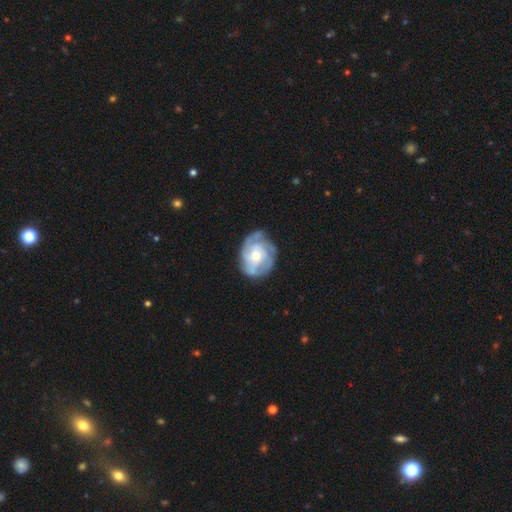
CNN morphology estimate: smooth_or_featured: featured or disk (p=0.80) [alt: smooth p=0.15]
disk_edge_on: no (p=0.97) [alt: yes p=0.03]
bar: no (p=0.67) [alt: weak p=0.28]
has_spiral_arms: yes (p=0.92) [alt: no p=0.08]
spiral_winding: tight (p=0.59) [alt: medium p=0.32]
spiral_arm_count: can't tell (p=0.32) [alt: 3 p=0.29]
bulge_size: moderate (p=0.59) [alt: small p=0.34]
merging: none (p=0.69) [alt: minor disturbance p=0.22]